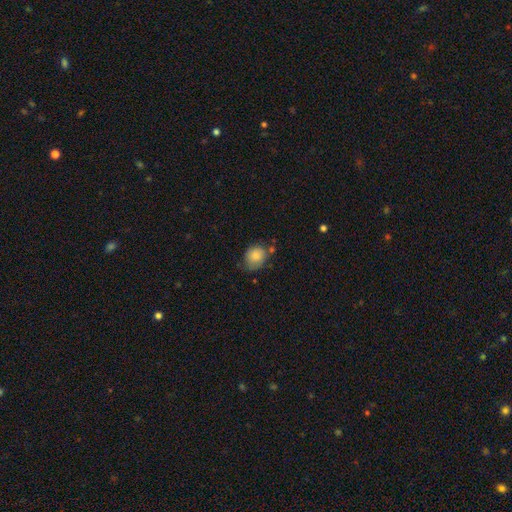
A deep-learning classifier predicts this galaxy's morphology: The model was most divided on "merging": none: 59%, minor disturbance: 27%, major disturbance: 7%, merger: 6%. More confident: smooth or featured — smooth (83%); how rounded — round (66%).